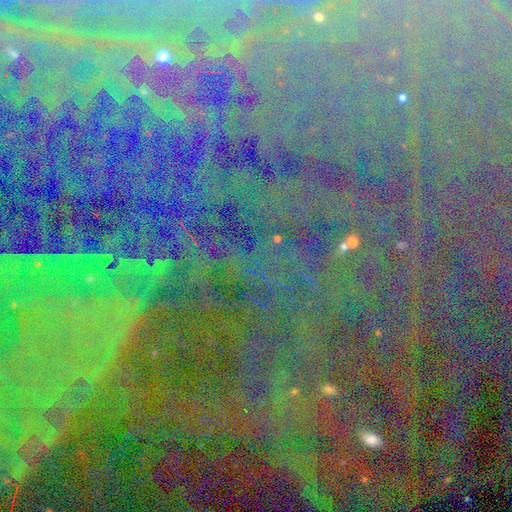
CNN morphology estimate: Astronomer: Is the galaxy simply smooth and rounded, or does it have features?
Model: star or artifact — 85%.